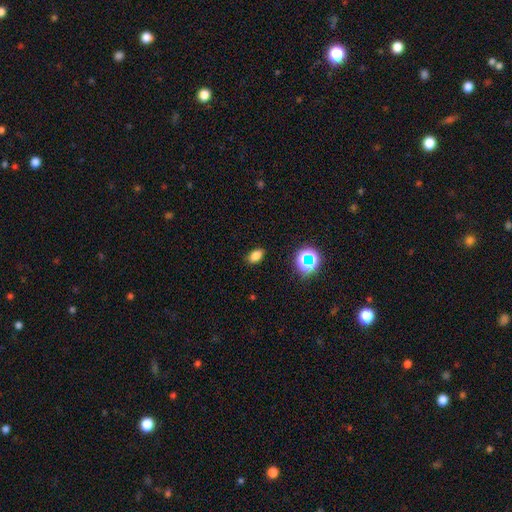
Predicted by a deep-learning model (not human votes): A smooth galaxy with no disk features (78%) that is in between round and cigar-shaped (85%).

Vote fractions:
- Smooth or featured? smooth: 78% / star or artifact: 16% / featured or disk: 6%
- How rounded? in between: 85% / round: 14% / cigar-shaped: 2%
- Merging? none: 86% / minor disturbance: 10% / major disturbance: 3% / merger: 1%